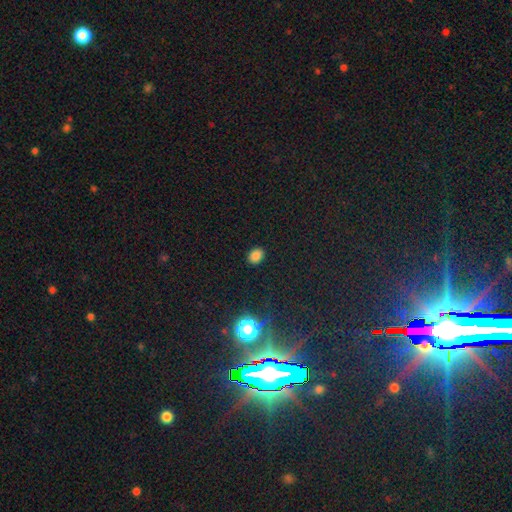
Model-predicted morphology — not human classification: Smooth or featured? smooth (82%)
How rounded? in between (60%)
Merging? none (88%)